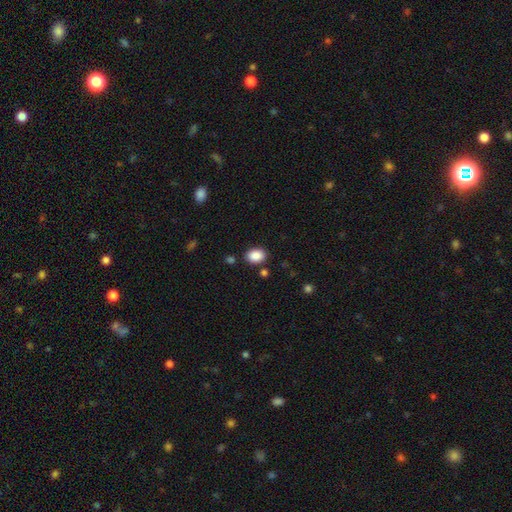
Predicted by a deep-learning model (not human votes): A smooth galaxy with no disk features (88%) that is in between round and cigar-shaped (76%). Merging: none (83%).